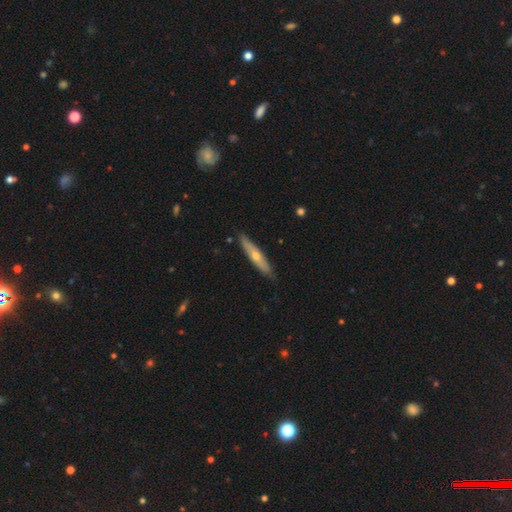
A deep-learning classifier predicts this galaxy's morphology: Smooth or featured? featured or disk (53%)
Edge-on disk? yes (84%)
Merging? none (87%)